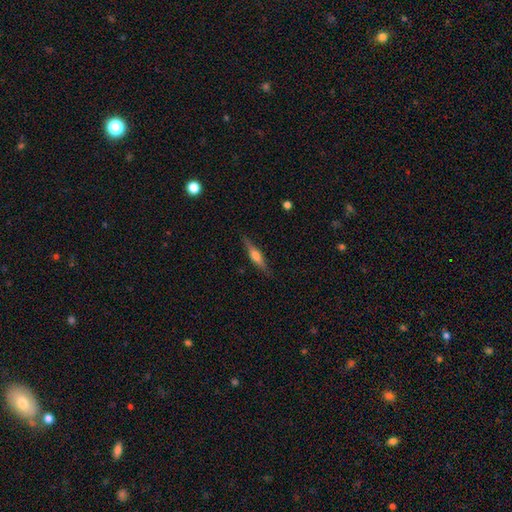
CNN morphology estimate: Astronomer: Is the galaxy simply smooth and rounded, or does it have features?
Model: featured or disk — 58% (runner-up: smooth, 36%).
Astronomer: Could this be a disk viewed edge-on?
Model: yes — 96%.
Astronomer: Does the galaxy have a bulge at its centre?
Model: rounded — 86%.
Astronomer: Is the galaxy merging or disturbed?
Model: none — 87%.